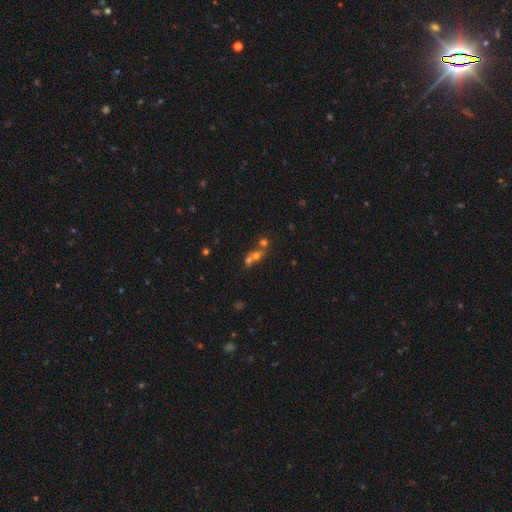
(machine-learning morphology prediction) This appears to be a smooth galaxy with no disk features (53%) that is round (70%). Merging: merger (59%).